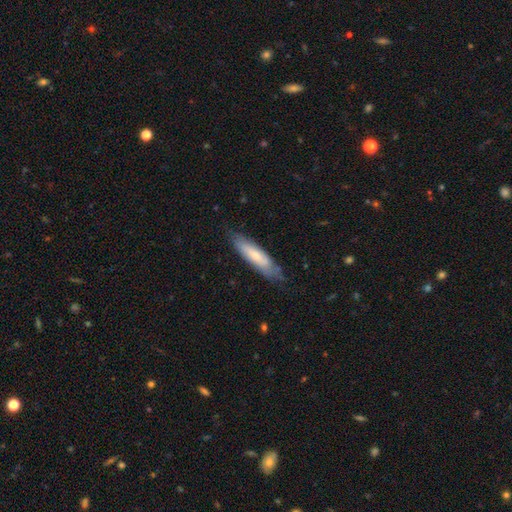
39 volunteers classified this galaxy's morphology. smooth 77%, featured or disk 23%, star or artifact 0%. Down the decision tree: how rounded — cigar-shaped (70%); merging — none (77%).